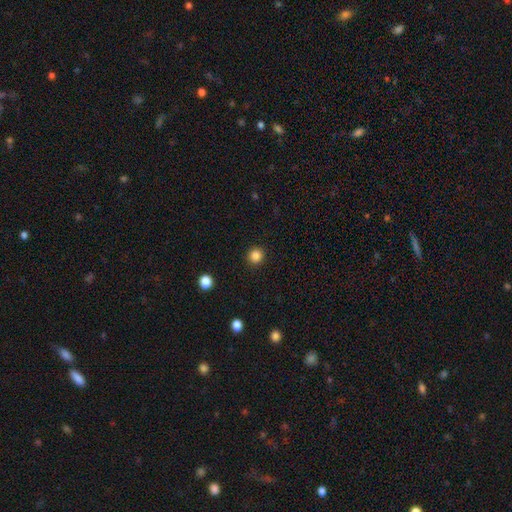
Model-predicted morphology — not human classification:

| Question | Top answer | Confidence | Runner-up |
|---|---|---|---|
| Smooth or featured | smooth | 85% | star or artifact (11%) |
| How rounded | round | 93% | in between (6%) |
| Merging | none | 93% | minor disturbance (5%) |